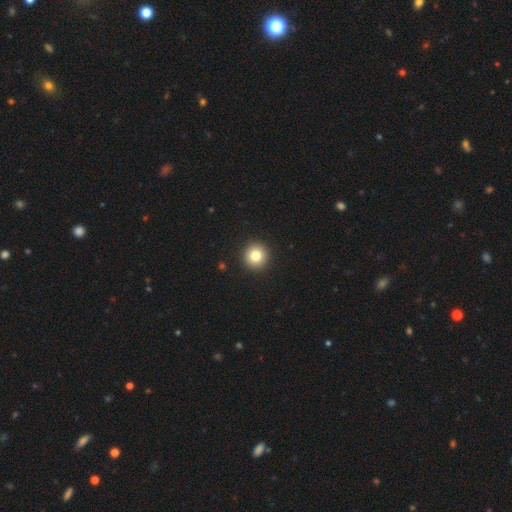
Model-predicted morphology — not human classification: Q: Smooth or featured?
A: smooth (82%); runner-up: star or artifact (11%)
Q: How rounded?
A: round (95%); runner-up: in between (4%)
Q: Merging?
A: none (93%); runner-up: minor disturbance (4%)